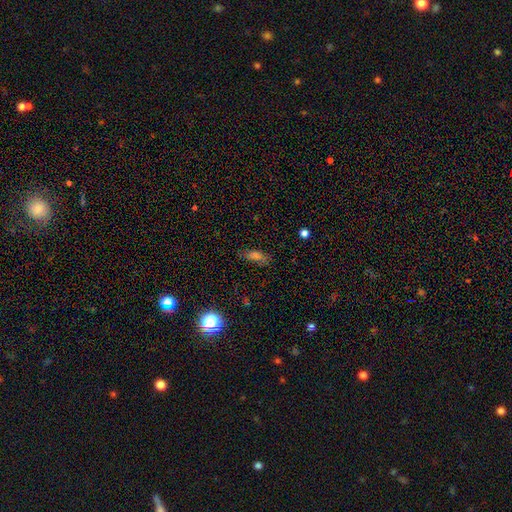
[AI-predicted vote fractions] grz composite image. It shows a smooth galaxy with no disk features (59%) that is in between round and cigar-shaped (62%). Merging: none (75%).